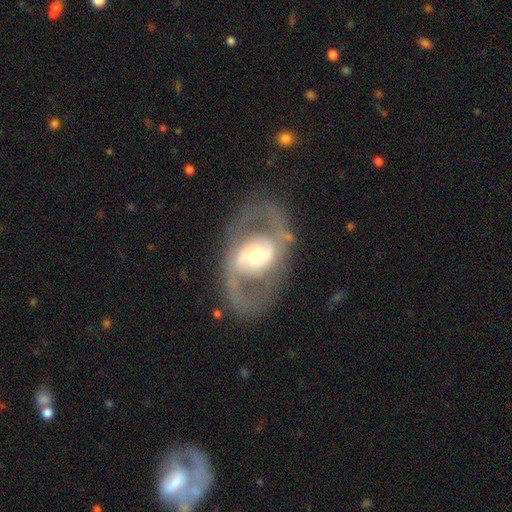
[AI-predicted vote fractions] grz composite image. It shows a featured or disk galaxy (79%) with no bar (41%), spiral arms (65%) and a moderate central bulge (61%). Merging: none (73%).